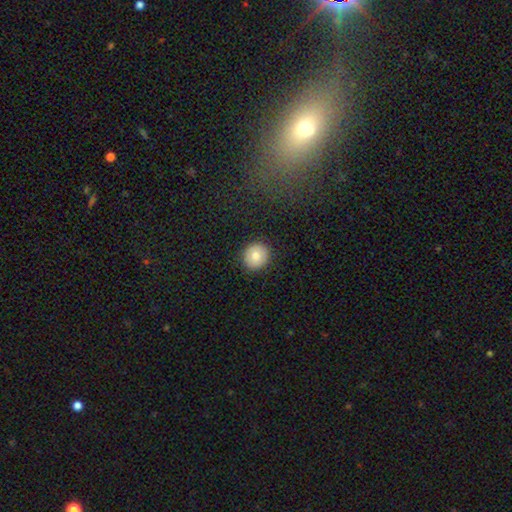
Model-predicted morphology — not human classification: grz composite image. It shows a smooth galaxy with no disk features (80%) that is round (89%). Merging: none (90%).